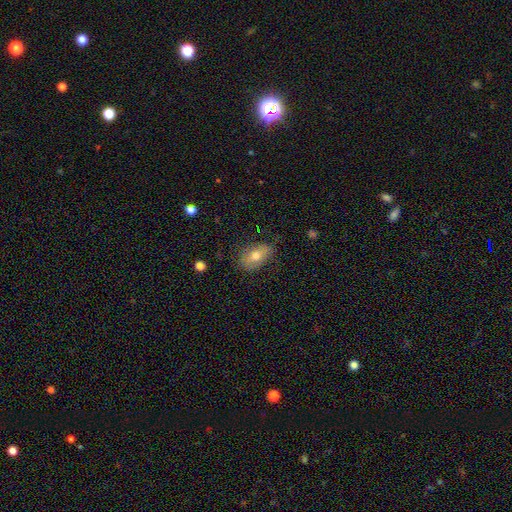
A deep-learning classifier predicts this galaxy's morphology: smooth-or-featured: smooth: 70% | featured or disk: 22% | star or artifact: 8%
  how-rounded: in between: 88% | round: 9% | cigar-shaped: 3%
  merging: none: 72% | minor disturbance: 22% | major disturbance: 5% | merger: 1%